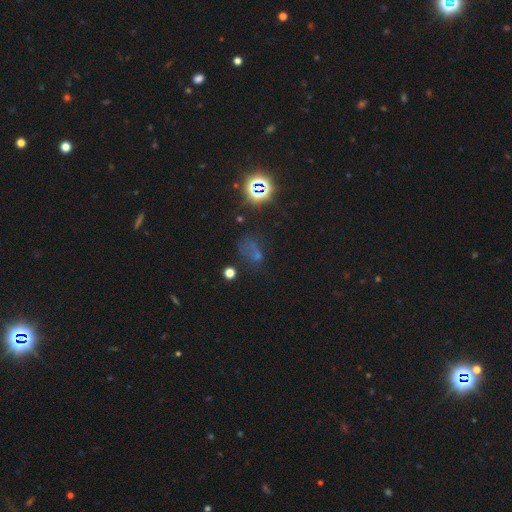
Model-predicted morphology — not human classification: A star or artifact, not a galaxy (52%).